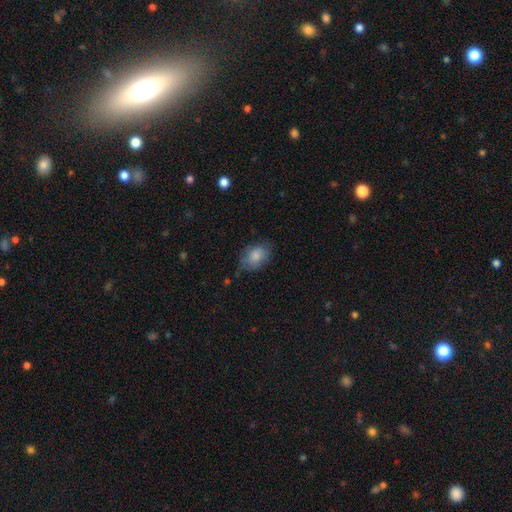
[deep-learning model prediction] Smooth or featured: smooth — 84% (featured or disk — 9%)
How rounded: in between — 79% (round — 20%)
Merging: none — 66% (minor disturbance — 25%)